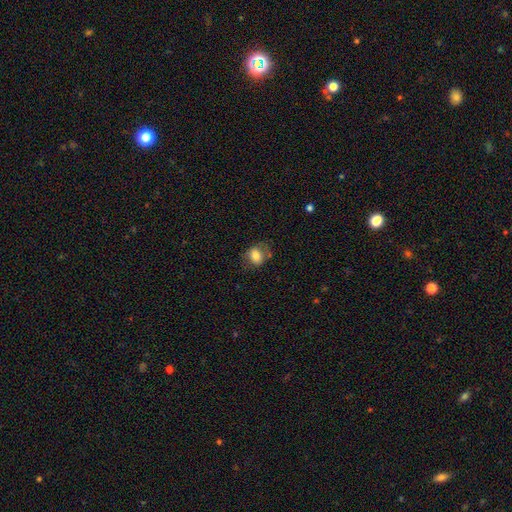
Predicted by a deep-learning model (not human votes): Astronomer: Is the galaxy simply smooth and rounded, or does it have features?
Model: smooth — 74%.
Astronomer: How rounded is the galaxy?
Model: in between — 58% (runner-up: round, 41%).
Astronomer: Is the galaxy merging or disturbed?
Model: none — 62%.